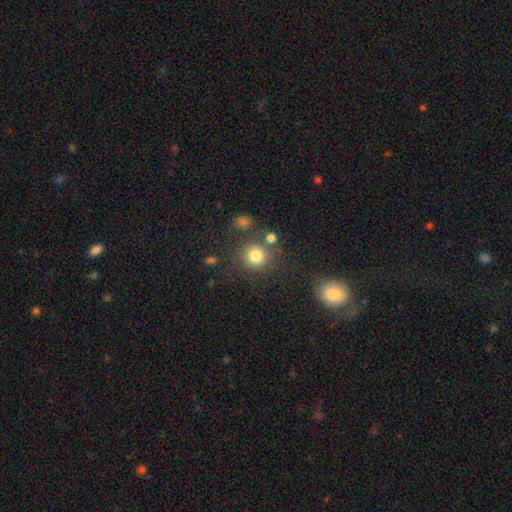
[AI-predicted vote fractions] A smooth galaxy with no disk features (79%) that is round (91%).

Vote fractions:
- Smooth or featured? smooth: 79% / star or artifact: 13% / featured or disk: 8%
- How rounded? round: 91% / in between: 8% / cigar-shaped: 1%
- Merging? none: 75% / minor disturbance: 10% / merger: 10% / major disturbance: 5%